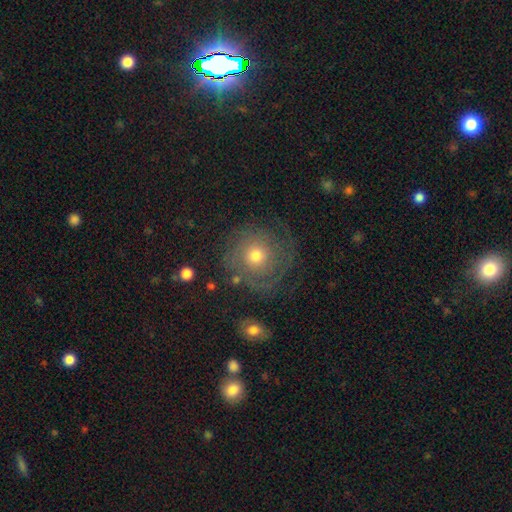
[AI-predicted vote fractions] Smooth or featured? featured or disk (55%)
Edge-on disk? no (97%)
Bar? no (86%)
Spiral arms? yes (77%)
Bulge size? moderate (63%)
Merging? none (71%)